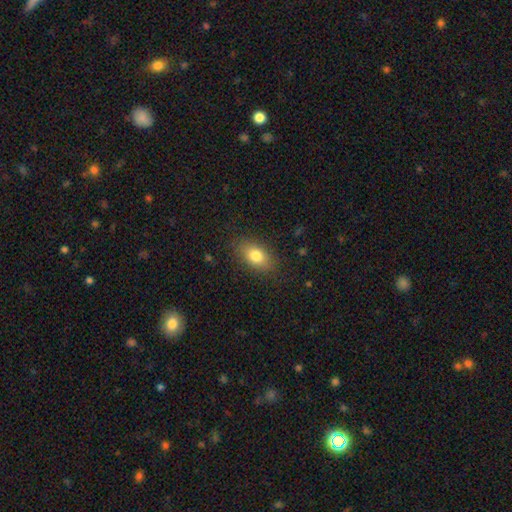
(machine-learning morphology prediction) Smooth or featured: smooth — 79% (featured or disk — 12%)
How rounded: in between — 85% (round — 11%)
Merging: none — 85% (minor disturbance — 11%)